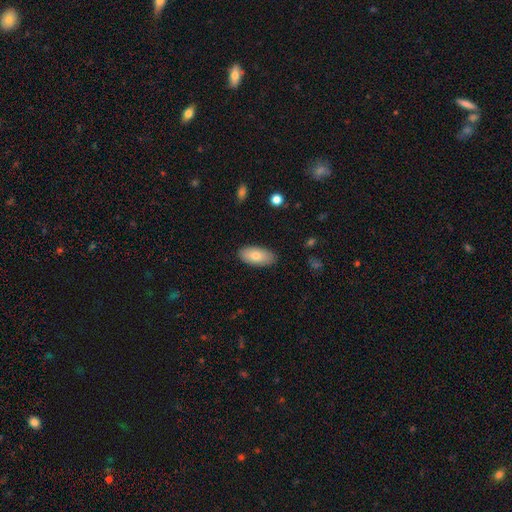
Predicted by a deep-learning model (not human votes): smooth 78%, featured or disk 15%, star or artifact 6%. Down the decision tree: how rounded — in between (92%); merging — none (87%).